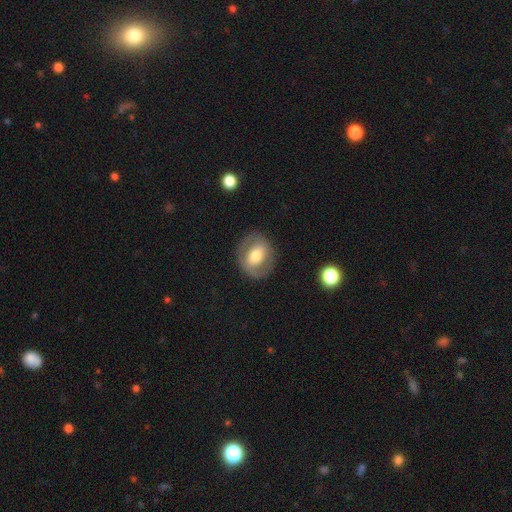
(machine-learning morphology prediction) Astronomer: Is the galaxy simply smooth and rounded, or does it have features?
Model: featured or disk — 51% (runner-up: smooth, 42%).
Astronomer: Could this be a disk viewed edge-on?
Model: no — 95%.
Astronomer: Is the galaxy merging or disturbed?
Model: none — 82%.